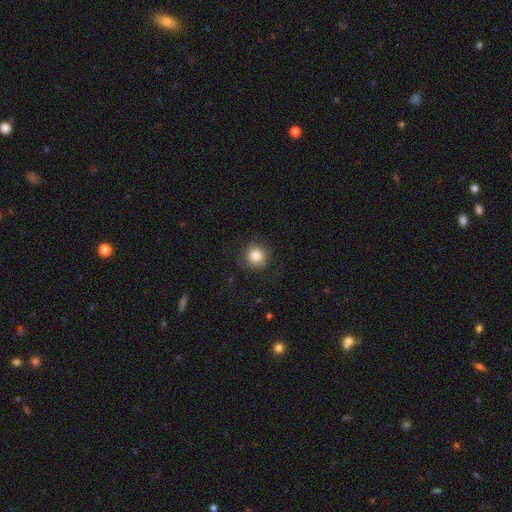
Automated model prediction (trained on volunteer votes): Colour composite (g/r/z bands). It shows a smooth galaxy with no disk features (84%) that is round (93%). Merging: none (85%).